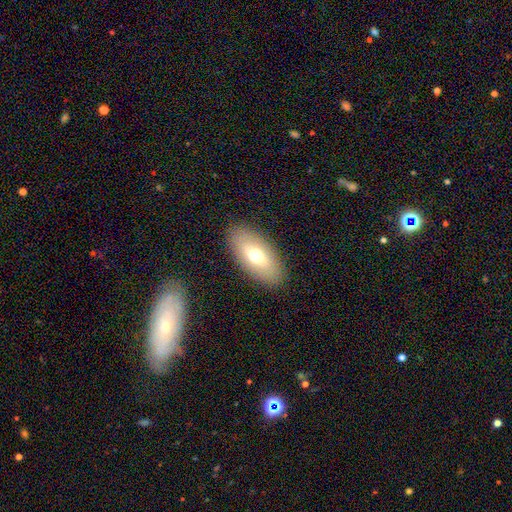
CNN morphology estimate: Overall: smooth (65%; featured or disk 27%). How rounded: in between (90%). Merging: none (87%).